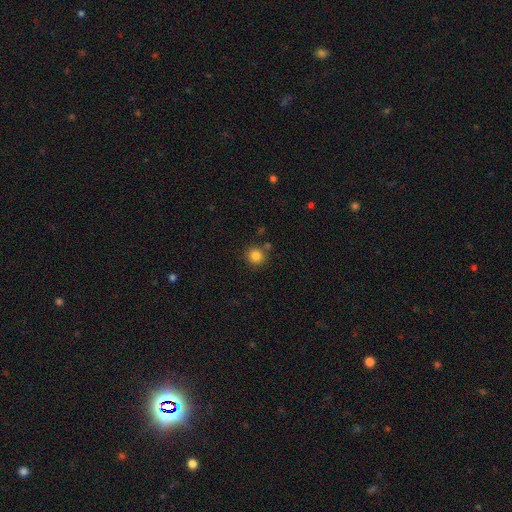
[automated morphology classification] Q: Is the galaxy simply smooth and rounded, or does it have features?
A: smooth — 84%.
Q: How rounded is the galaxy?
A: round — 90%.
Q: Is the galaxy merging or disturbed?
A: none — 81%.